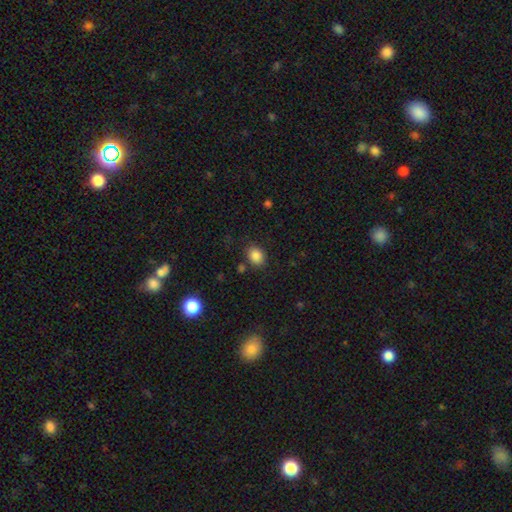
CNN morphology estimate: smooth 86%, star or artifact 10%, featured or disk 4%. Down the decision tree: how rounded — in between (52%); merging — none (81%).